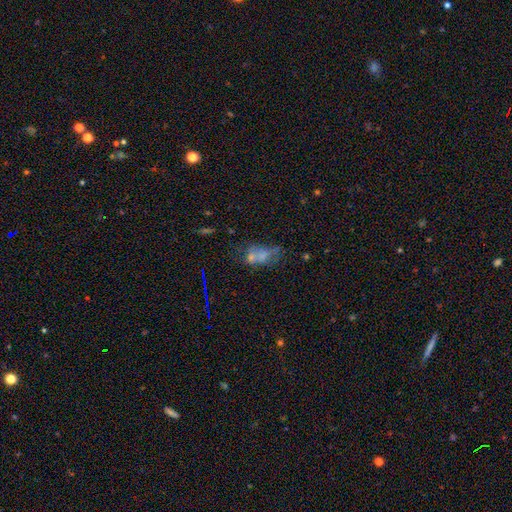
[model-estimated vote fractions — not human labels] smooth-or-featured: smooth: 43% | featured or disk: 33% | star or artifact: 24%
  merging: none: 30% (tied) | merger: 30% (tied) | major disturbance: 22% | minor disturbance: 18%